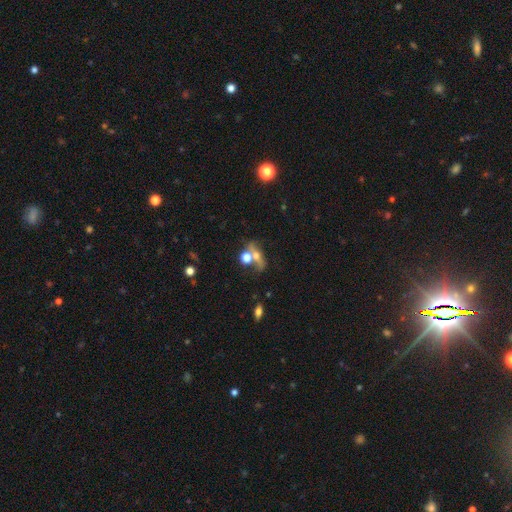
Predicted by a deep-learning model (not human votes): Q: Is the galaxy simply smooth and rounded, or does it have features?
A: smooth — 45%.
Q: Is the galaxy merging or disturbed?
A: none — 38%, tied with merger.